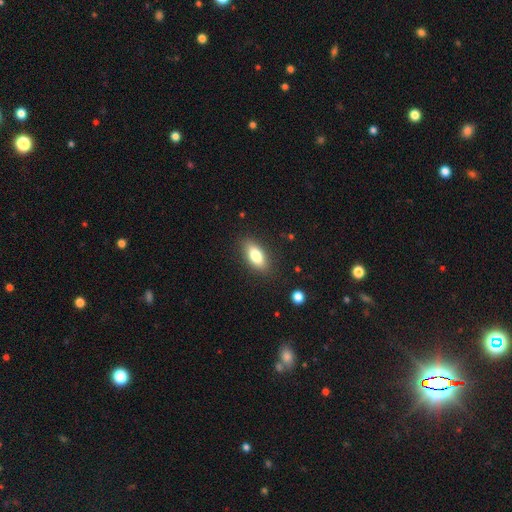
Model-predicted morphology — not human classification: This is likely a smooth galaxy (79%). How rounded: clearly in between (84%). Merging: clearly none (86%).